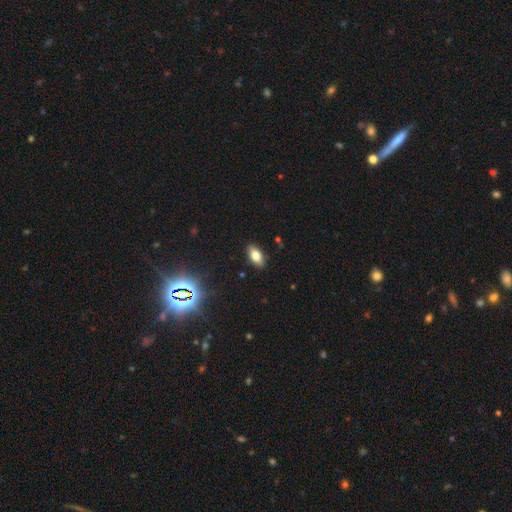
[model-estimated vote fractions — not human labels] smooth-or-featured: smooth: 74% | featured or disk: 15% | star or artifact: 12%
  how-rounded: in between: 89% | cigar-shaped: 7% | round: 4%
  merging: none: 89% | minor disturbance: 8% | major disturbance: 2% | merger: 1%